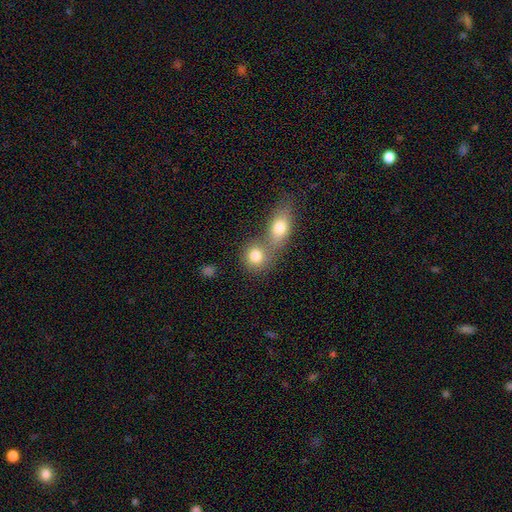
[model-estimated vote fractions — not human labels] smooth_or_featured: smooth (p=0.81) [alt: featured or disk p=0.10]
how_rounded: round (p=0.77) [alt: in between p=0.21]
merging: merger (p=0.51) [alt: none p=0.38]